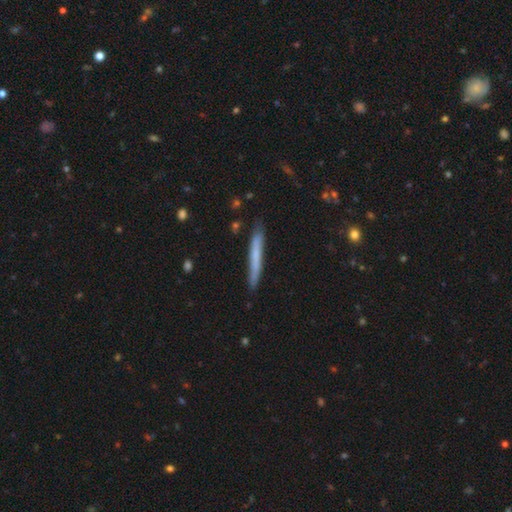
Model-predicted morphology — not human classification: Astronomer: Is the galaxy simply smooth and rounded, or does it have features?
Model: smooth — 61%.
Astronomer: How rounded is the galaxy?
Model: cigar-shaped — 96%.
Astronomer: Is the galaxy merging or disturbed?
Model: none — 84%.